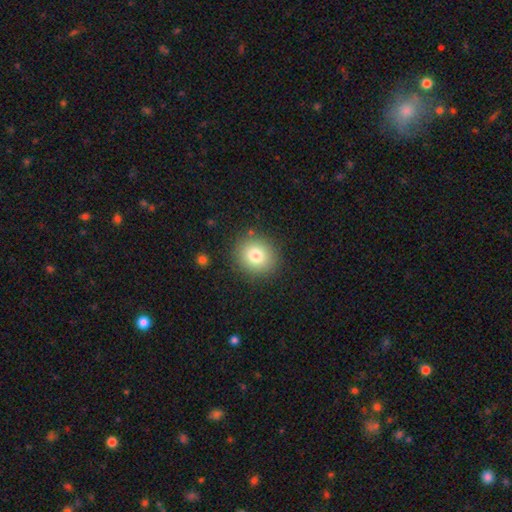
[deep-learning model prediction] This appears to be a smooth galaxy with no disk features (80%) that is round (85%). Merging: none (87%).